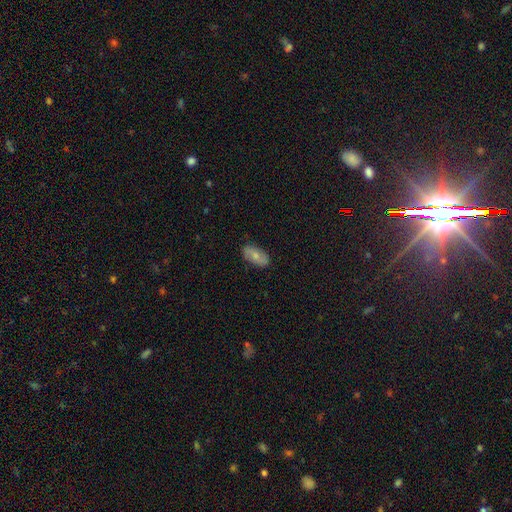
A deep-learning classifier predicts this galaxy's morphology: A smooth galaxy with no disk features (68%) that is in between round and cigar-shaped (92%).

Vote fractions:
- Smooth or featured? smooth: 68% / featured or disk: 25% / star or artifact: 6%
- How rounded? in between: 92% / cigar-shaped: 5% / round: 3%
- Merging? none: 85% / minor disturbance: 12% / major disturbance: 2% / merger: 1%